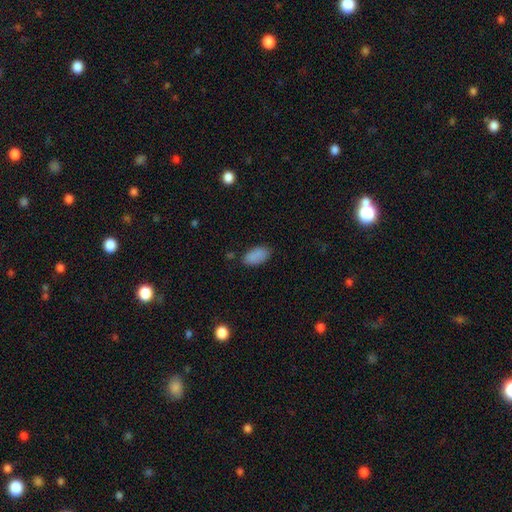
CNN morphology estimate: A smooth galaxy with no disk features (88%) that is in between round and cigar-shaped (94%).

Vote fractions:
- Smooth or featured? smooth: 88% / star or artifact: 8% / featured or disk: 4%
- How rounded? in between: 94% / cigar-shaped: 3% / round: 3%
- Merging? none: 80% / minor disturbance: 15% / major disturbance: 3% / merger: 2%